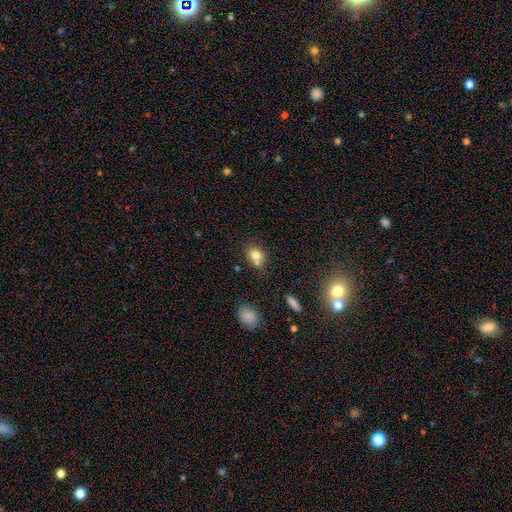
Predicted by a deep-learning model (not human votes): Smooth or featured? smooth (77%)
How rounded? round (68%)
Merging? none (53%)